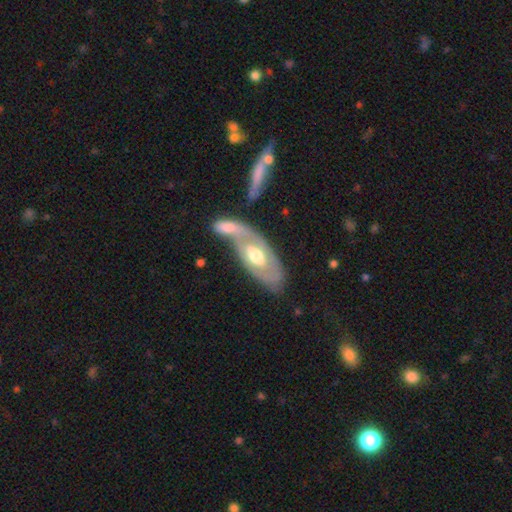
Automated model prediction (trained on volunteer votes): featured or disk 61%, smooth 35%, star or artifact 5%. Down the decision tree: edge-on disk — no (83%); bar — no (67%); spiral arms — no (63%); bulge size — moderate (69%); merging — none (44%).